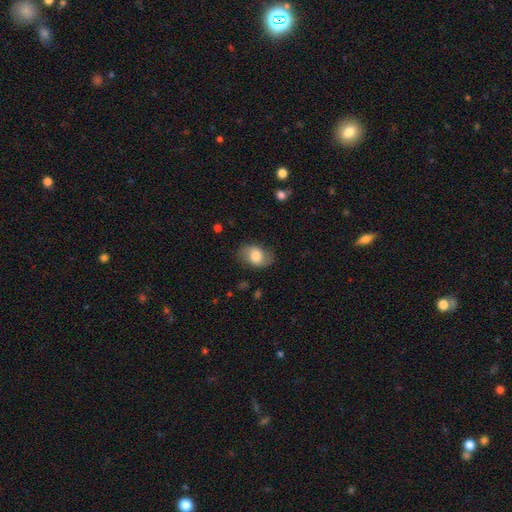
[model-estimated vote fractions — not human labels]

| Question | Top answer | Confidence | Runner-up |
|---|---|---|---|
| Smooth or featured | smooth | 67% | featured or disk (25%) |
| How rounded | in between | 80% | round (19%) |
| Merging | none | 76% | minor disturbance (17%) |